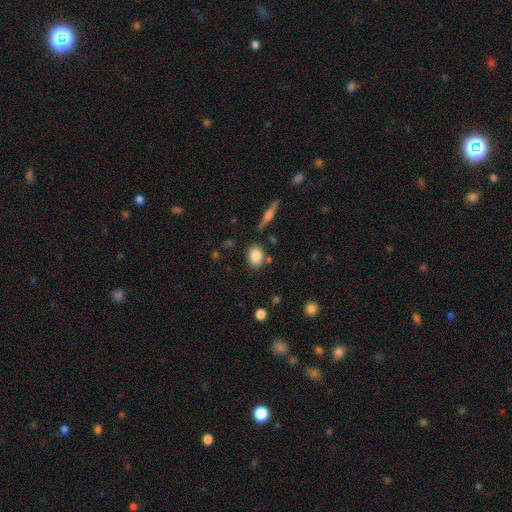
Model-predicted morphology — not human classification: type=smooth (84%); roundness=in between (70%); merging=none (79%).